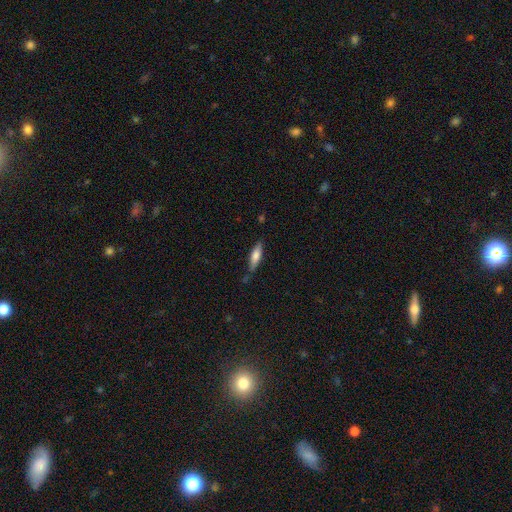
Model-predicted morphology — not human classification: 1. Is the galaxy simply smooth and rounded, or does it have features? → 71% smooth, 23% featured or disk, 6% star or artifact.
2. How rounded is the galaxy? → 60% cigar-shaped, 38% in between, 2% round.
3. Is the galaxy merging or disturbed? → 71% none, 22% minor disturbance, 4% major disturbance, 3% merger.